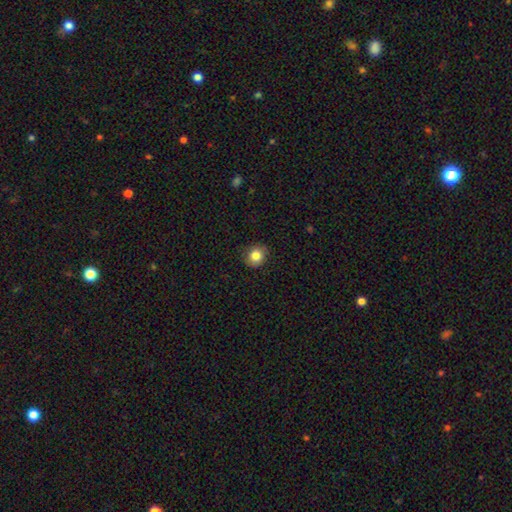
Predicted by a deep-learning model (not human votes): Smooth or featured? smooth (83%)
How rounded? round (80%)
Merging? none (86%)